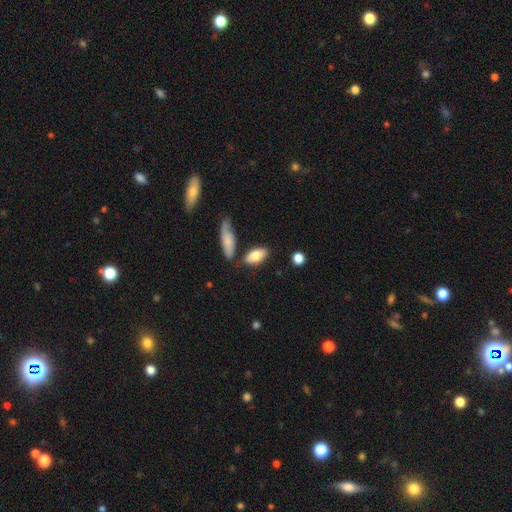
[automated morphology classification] smooth 79%, featured or disk 15%, star or artifact 6%. Down the decision tree: how rounded — in between (85%); merging — none (70%).